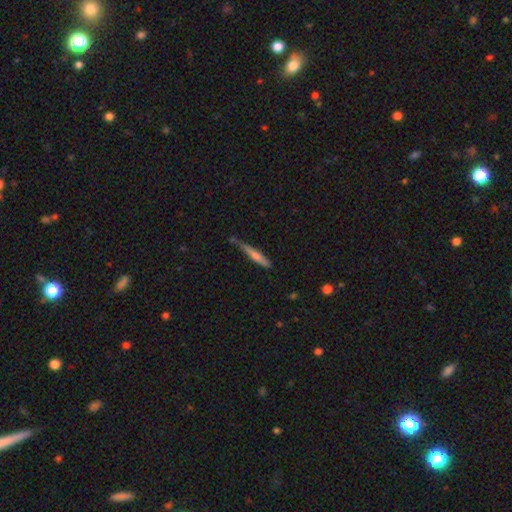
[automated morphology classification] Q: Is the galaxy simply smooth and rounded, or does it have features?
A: featured or disk — 48%.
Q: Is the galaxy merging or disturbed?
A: none — 66%.